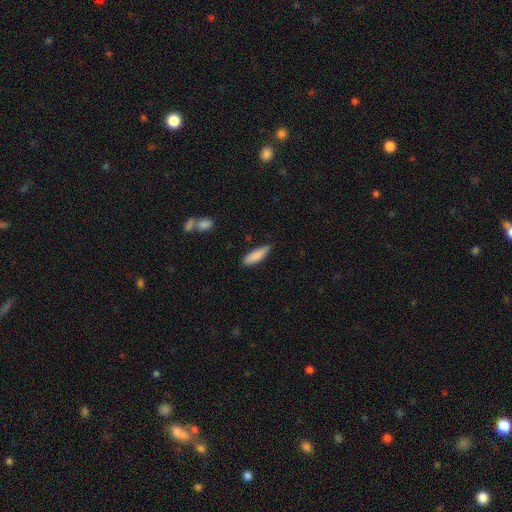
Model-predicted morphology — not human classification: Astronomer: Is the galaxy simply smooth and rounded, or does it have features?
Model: smooth — 86%.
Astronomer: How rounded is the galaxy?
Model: cigar-shaped — 54% (runner-up: in between, 44%).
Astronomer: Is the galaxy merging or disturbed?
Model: none — 78%.